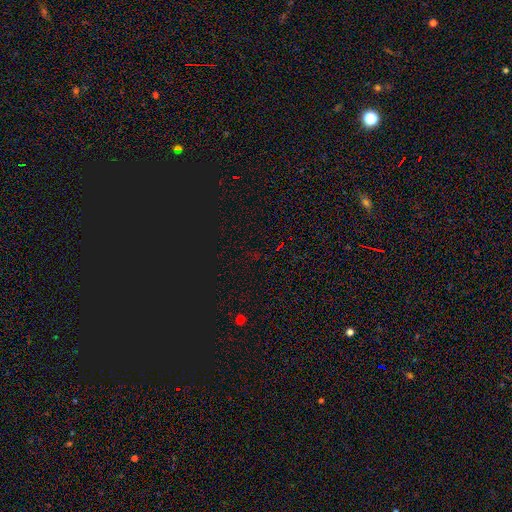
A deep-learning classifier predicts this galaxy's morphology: Smooth or featured? Predicted: star or artifact (p=0.75).